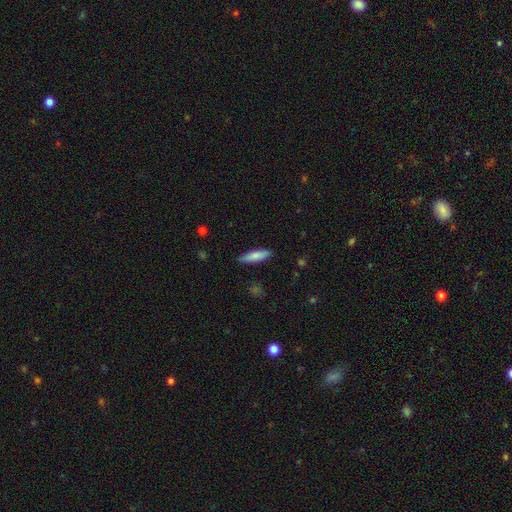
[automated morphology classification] smooth 78%, featured or disk 16%, star or artifact 6%. Down the decision tree: how rounded — cigar-shaped (68%); merging — none (86%).